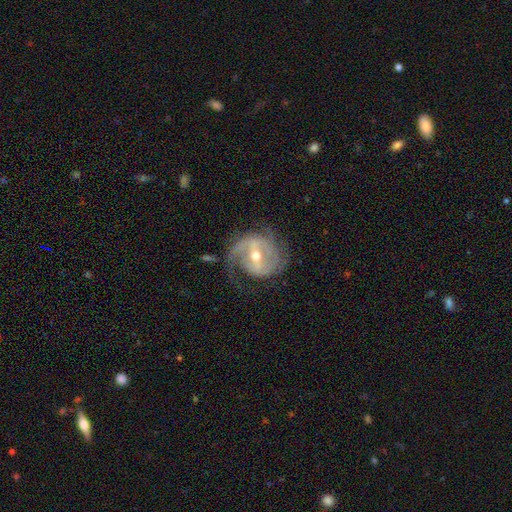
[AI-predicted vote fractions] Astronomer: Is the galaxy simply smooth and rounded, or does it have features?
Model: featured or disk — 88%.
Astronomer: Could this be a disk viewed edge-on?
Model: no — 97%.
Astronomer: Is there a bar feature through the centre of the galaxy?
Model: strong — 48% (runner-up: weak, 40%).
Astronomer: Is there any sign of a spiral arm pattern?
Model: yes — 95%.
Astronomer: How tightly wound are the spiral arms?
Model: medium — 46% (runner-up: tight, 32%).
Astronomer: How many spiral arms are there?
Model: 2 — 66%.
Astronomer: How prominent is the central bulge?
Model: moderate — 61%.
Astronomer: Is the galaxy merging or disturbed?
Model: none — 63%.